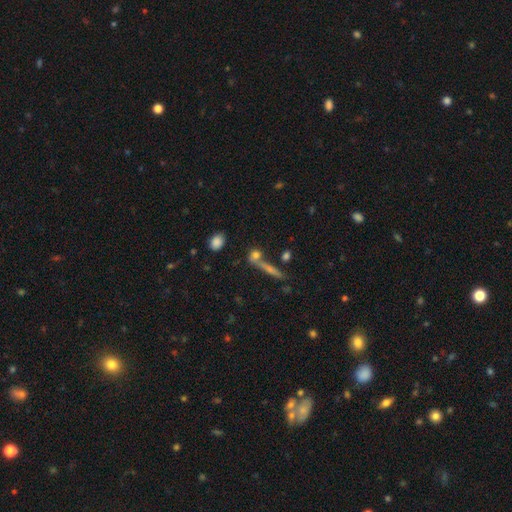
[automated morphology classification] This appears to be a smooth galaxy with no disk features (68%) that is round (50%). Merging: none (56%).